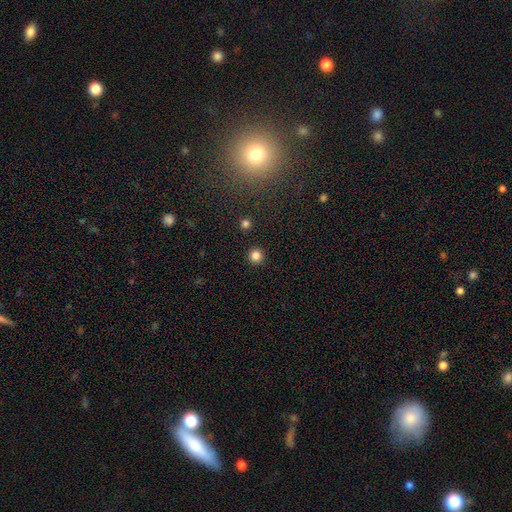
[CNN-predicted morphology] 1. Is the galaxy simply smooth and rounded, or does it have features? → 84% smooth, 12% star or artifact, 4% featured or disk.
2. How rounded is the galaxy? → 96% round, 3% in between, 1% cigar-shaped.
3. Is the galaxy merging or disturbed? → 93% none, 4% minor disturbance, 2% major disturbance, 1% merger.